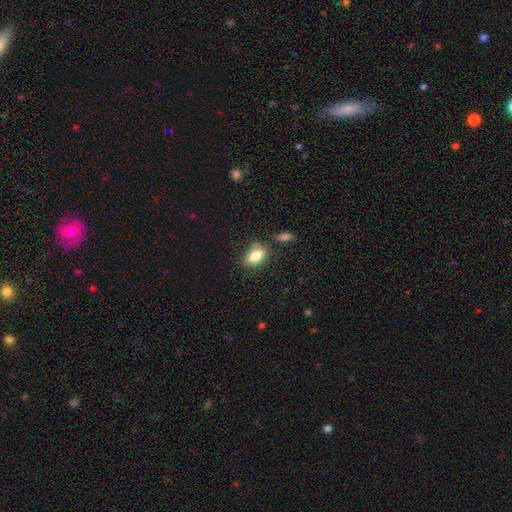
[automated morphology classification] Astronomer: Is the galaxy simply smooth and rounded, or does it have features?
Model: smooth — 79%.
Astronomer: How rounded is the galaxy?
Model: in between — 86%.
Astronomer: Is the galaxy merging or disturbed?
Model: none — 69%.